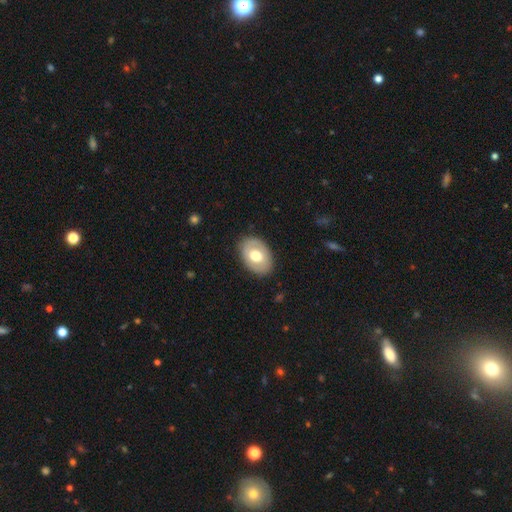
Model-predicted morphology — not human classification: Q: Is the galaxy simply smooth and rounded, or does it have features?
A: smooth — 58%.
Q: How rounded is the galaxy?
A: in between — 80%.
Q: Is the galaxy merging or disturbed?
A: none — 85%.